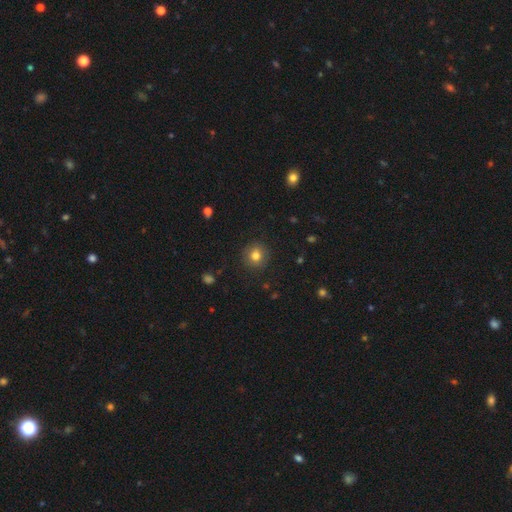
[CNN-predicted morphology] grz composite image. It shows a smooth galaxy with no disk features (80%) that is round (87%). Merging: none (89%).